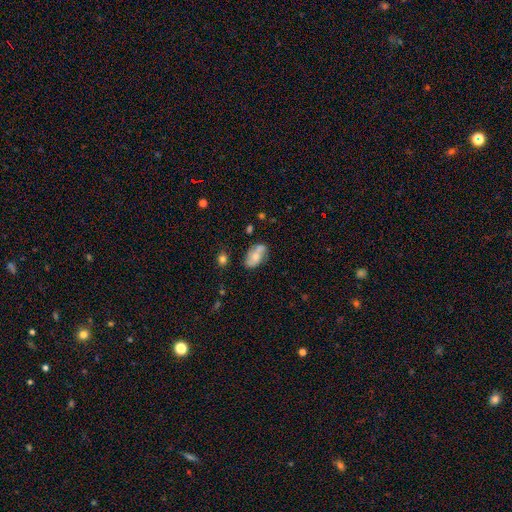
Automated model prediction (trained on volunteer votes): Smooth or featured?
  - smooth: 50% *
  - featured or disk: 42%
  - star or artifact: 8%
How rounded?
  - in between: 90% *
  - round: 7%
  - cigar-shaped: 4%
Merging?
  - none: 62% *
  - minor disturbance: 23%
  - merger: 9%
  - major disturbance: 6%